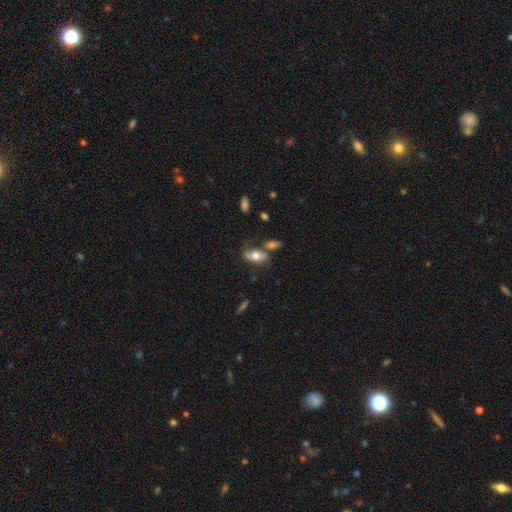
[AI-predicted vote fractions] Smooth or featured? Predicted: smooth (p=0.52). How rounded? Predicted: in between (p=0.85). Merging? Predicted: none (p=0.49).